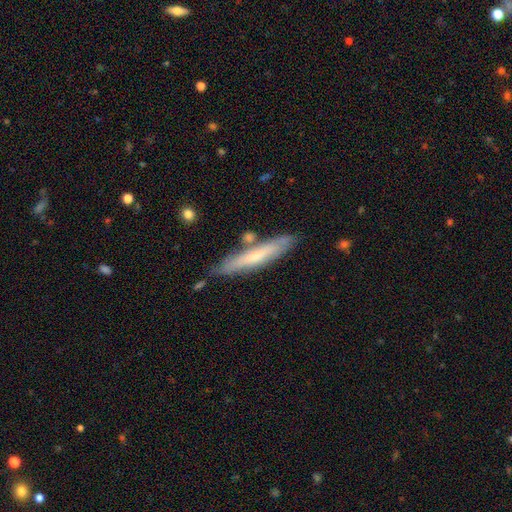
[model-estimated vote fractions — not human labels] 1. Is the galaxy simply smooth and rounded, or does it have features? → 50% smooth, 44% featured or disk, 6% star or artifact.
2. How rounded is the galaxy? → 89% cigar-shaped, 10% in between, 1% round.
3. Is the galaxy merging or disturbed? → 75% none, 16% minor disturbance, 6% merger, 3% major disturbance.